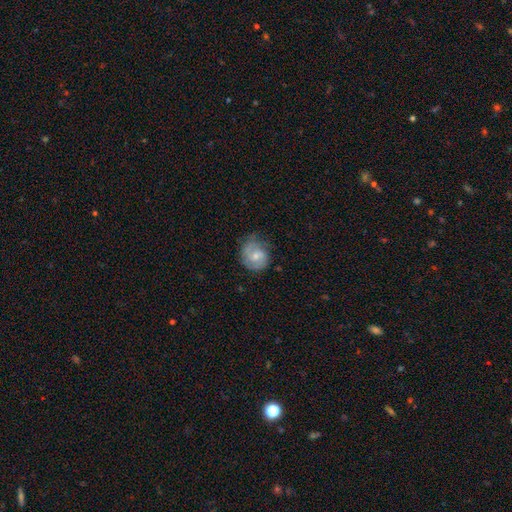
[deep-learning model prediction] Morphology: type=featured or disk (50%); merging=none (57%).